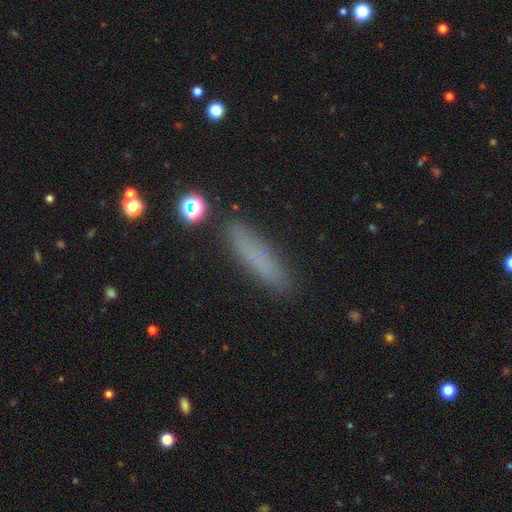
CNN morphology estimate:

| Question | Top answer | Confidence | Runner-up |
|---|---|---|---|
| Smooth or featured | smooth | 75% | featured or disk (14%) |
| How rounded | cigar-shaped | 80% | in between (17%) |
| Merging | none | 86% | minor disturbance (9%) |